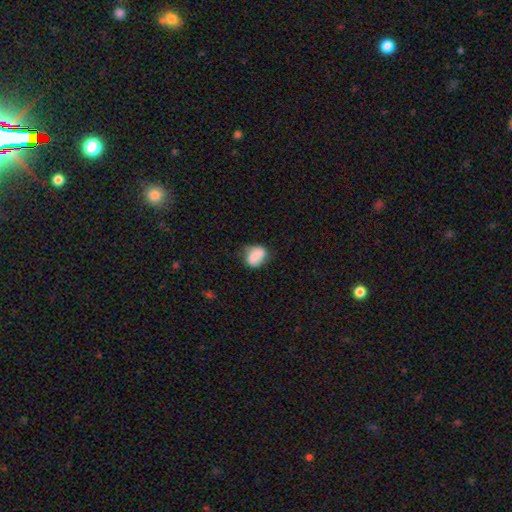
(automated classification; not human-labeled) Q: Smooth or featured?
A: smooth (73%); runner-up: featured or disk (18%)
Q: How rounded?
A: in between (50%); runner-up: round (48%)
Q: Merging?
A: none (59%); runner-up: minor disturbance (29%)